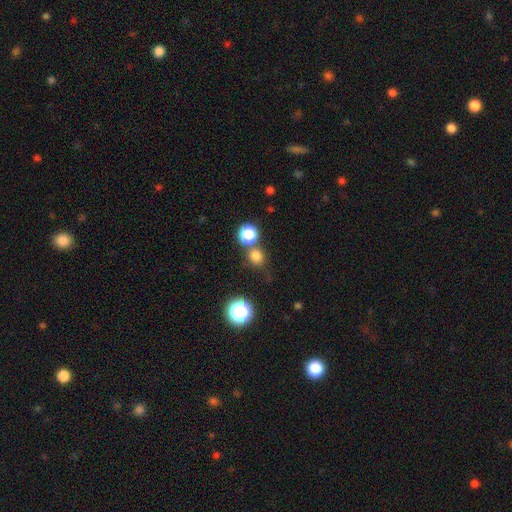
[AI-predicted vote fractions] Morphology: type=smooth (77%); roundness=round (86%); merging=none (63%).